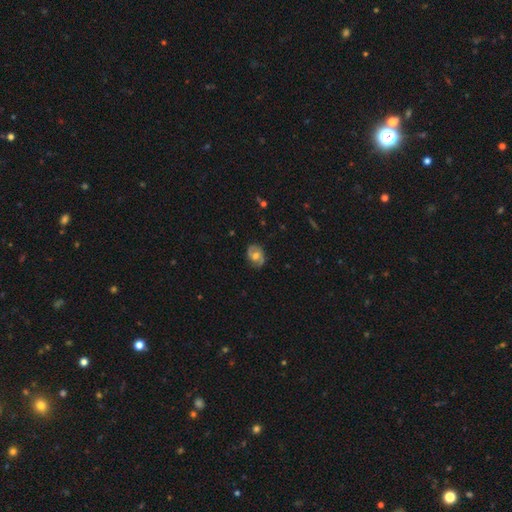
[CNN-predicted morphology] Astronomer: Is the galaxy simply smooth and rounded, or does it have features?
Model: featured or disk — 60%.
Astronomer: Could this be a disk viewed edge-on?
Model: no — 96%.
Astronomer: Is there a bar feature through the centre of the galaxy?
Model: no — 62%.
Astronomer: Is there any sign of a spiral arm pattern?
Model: yes — 77%.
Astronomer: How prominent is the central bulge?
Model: moderate — 73%.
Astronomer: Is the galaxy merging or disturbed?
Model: none — 77%.